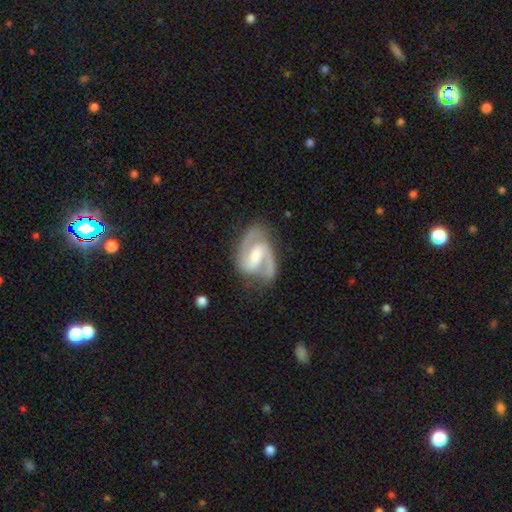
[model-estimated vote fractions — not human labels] Smooth or featured? Predicted: featured or disk (p=0.89). Edge-on disk? Predicted: no (p=0.98). Bar? Predicted: weak (p=0.49). Spiral arms? Predicted: yes (p=0.97). Spiral winding? Predicted: medium (p=0.59). Spiral arm count? Predicted: 2 (p=0.89). Bulge size? Predicted: moderate (p=0.51). Merging? Predicted: none (p=0.71).